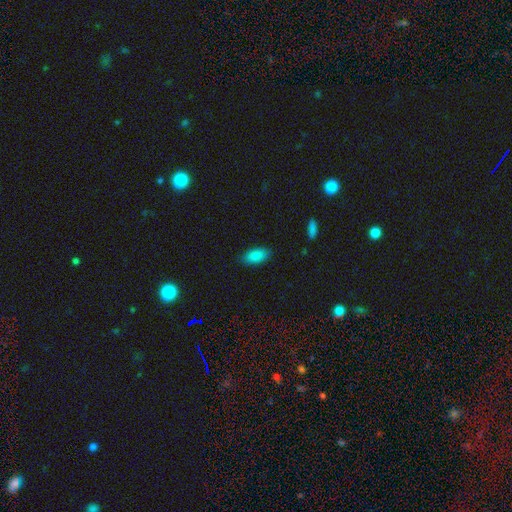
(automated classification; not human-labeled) Overall: smooth (86%). How rounded: in between (90%). Merging: none (87%).